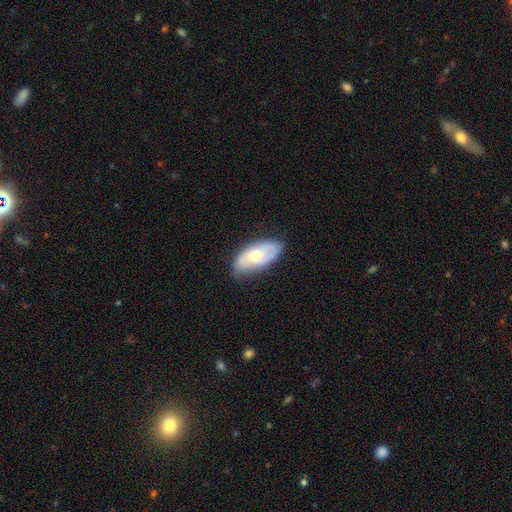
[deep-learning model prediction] Smooth or featured? Predicted: featured or disk (p=0.54). Edge-on disk? Predicted: no (p=0.90). Merging? Predicted: none (p=0.70).